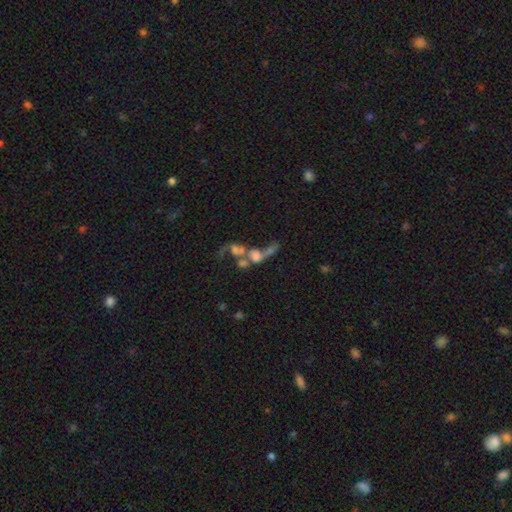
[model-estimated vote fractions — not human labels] The model was most divided on "smooth or featured": featured or disk: 47%, smooth: 37%, star or artifact: 16%. More confident: merging — merger (68%).